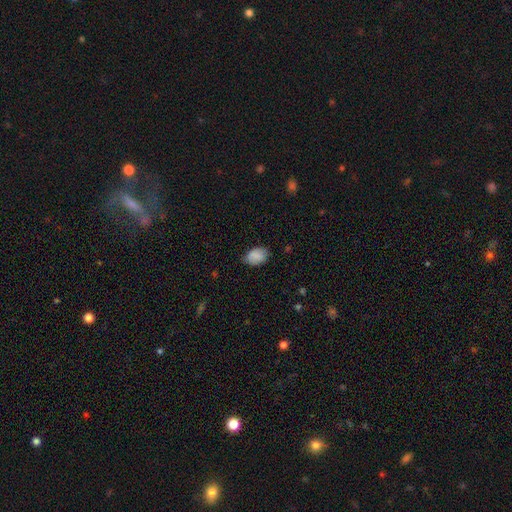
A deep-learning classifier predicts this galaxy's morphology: smooth_or_featured: smooth (p=0.88) [alt: star or artifact p=0.07]
how_rounded: in between (p=0.87) [alt: round p=0.12]
merging: none (p=0.76) [alt: minor disturbance p=0.20]